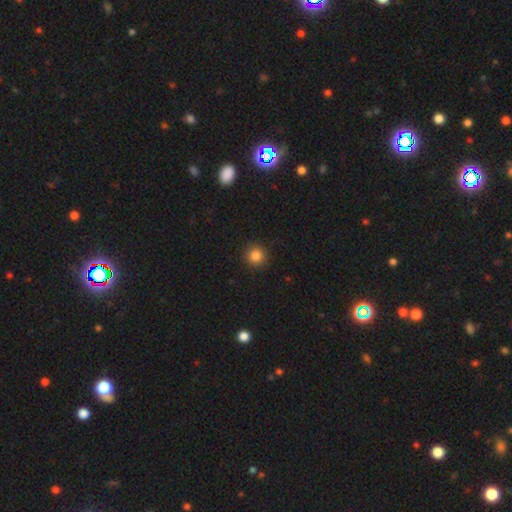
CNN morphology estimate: This appears to be a smooth galaxy with no disk features (84%) that is round (94%). Merging: none (92%).